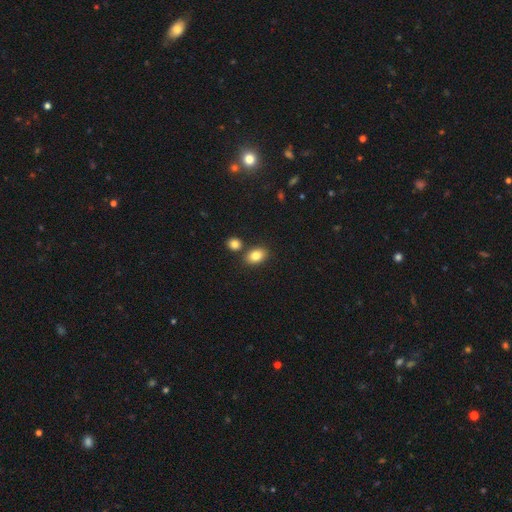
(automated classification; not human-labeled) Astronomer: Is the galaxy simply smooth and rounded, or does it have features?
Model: smooth — 83%.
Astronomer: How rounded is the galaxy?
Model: in between — 77%.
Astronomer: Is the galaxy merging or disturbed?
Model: none — 74%.